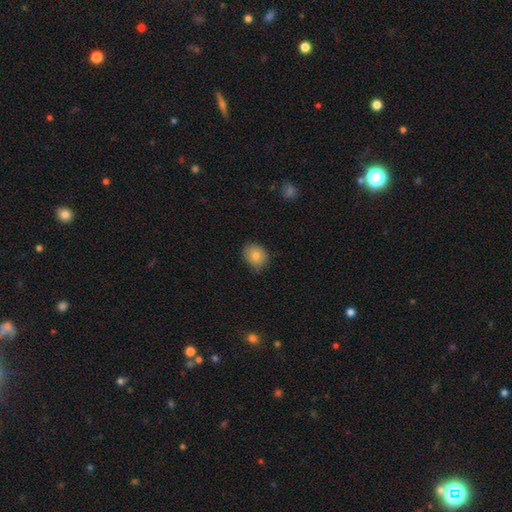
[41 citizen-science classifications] smooth 88%, featured or disk 7%, star or artifact 5%. Down the decision tree: how rounded — round (64%); merging — none (85%).